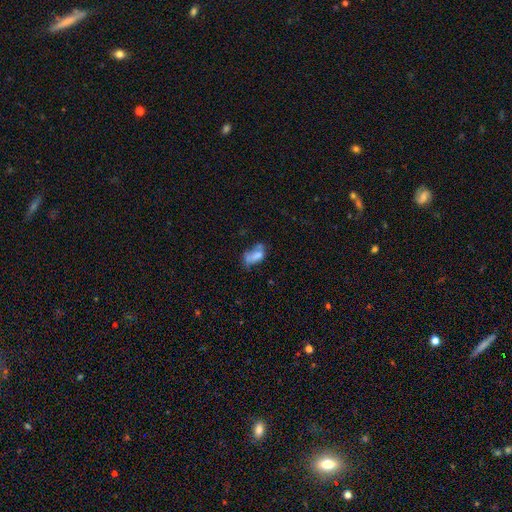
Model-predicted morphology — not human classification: smooth_or_featured: smooth (p=0.60) [alt: featured or disk p=0.27]
how_rounded: in between (p=0.86) [alt: round p=0.08]
merging: merger (p=0.33) [alt: none p=0.25]